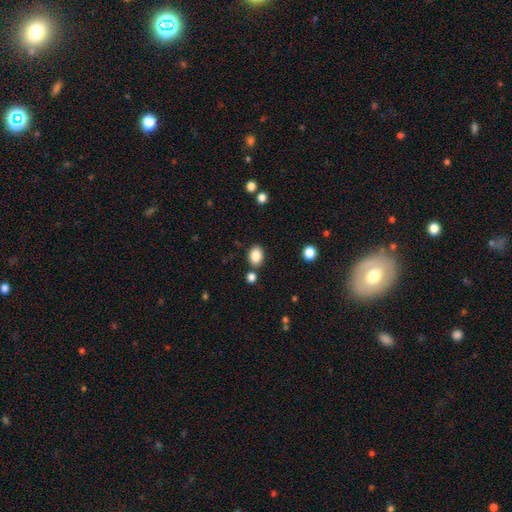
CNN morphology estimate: Smooth or featured?
  - smooth: 86% *
  - star or artifact: 9%
  - featured or disk: 5%
How rounded?
  - in between: 73% *
  - round: 26%
  - cigar-shaped: 1%
Merging?
  - none: 80% *
  - minor disturbance: 10%
  - merger: 7%
  - major disturbance: 3%